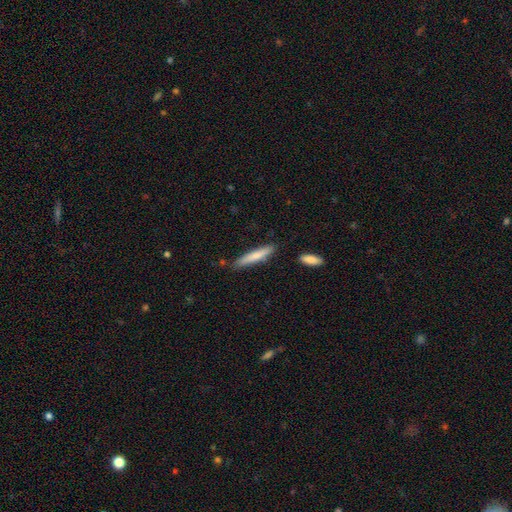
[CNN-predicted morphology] type=smooth (74%); roundness=cigar-shaped (92%); merging=none (81%).